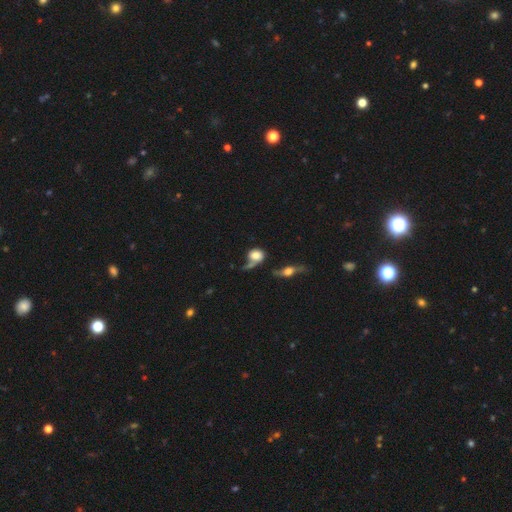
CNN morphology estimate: Smooth or featured? smooth (70%)
How rounded? round (63%)
Merging? none (33%)